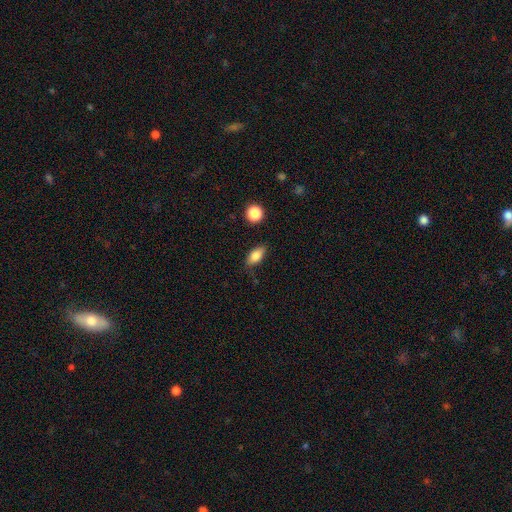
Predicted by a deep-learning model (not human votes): Smooth or featured? Predicted: smooth (p=0.83). How rounded? Predicted: in between (p=0.86). Merging? Predicted: none (p=0.76).